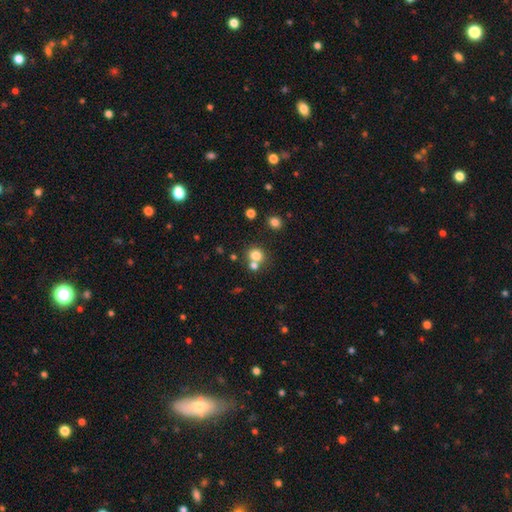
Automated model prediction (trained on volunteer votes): smooth_or_featured: smooth (p=0.76) [alt: star or artifact p=0.14]
how_rounded: round (p=0.83) [alt: in between p=0.16]
merging: none (p=0.55) [alt: merger p=0.34]